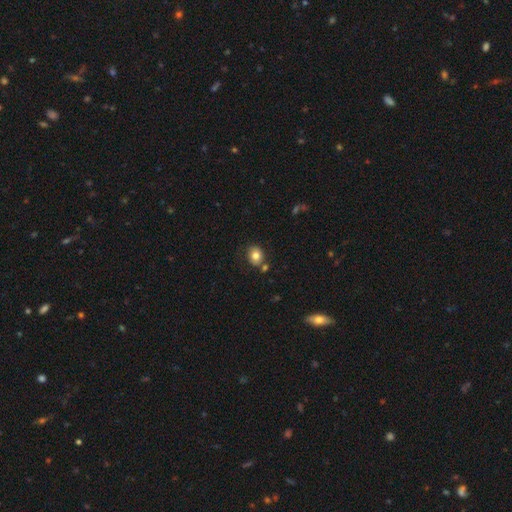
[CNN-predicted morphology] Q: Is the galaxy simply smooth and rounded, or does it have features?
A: smooth — 80%.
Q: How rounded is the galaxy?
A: round — 59%.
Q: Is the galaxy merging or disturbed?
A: none — 74%.